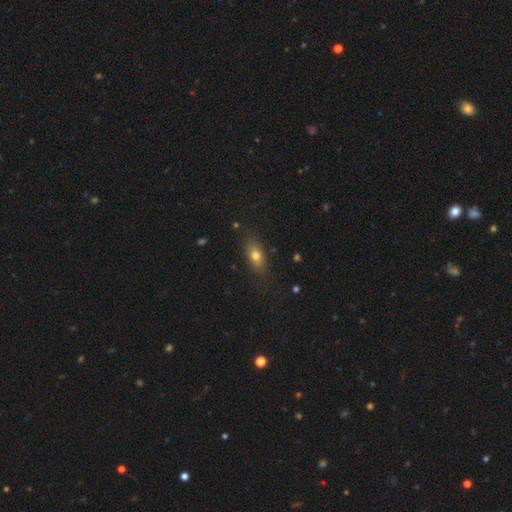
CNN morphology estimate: type=smooth (73%); roundness=in between (78%); merging=none (81%).